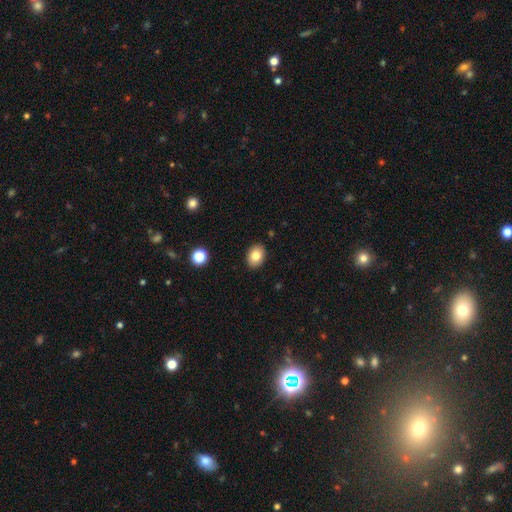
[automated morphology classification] Smooth or featured?
  - smooth: 82% *
  - featured or disk: 9%
  - star or artifact: 9%
How rounded?
  - in between: 68% *
  - round: 31%
  - cigar-shaped: 1%
Merging?
  - none: 90% *
  - minor disturbance: 7%
  - major disturbance: 2%
  - merger: 1%